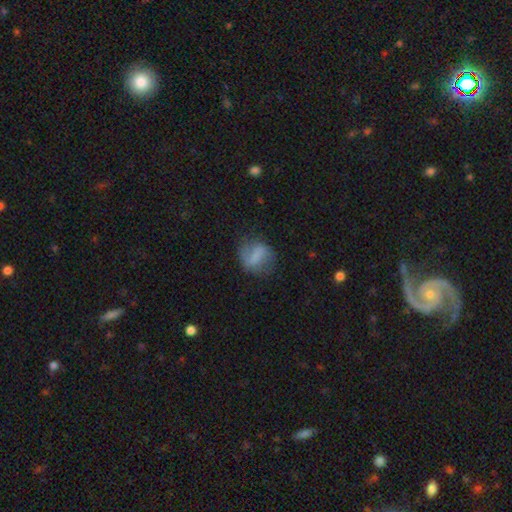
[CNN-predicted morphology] A featured or disk galaxy (46%).

Vote fractions:
- Smooth or featured? featured or disk: 46% / smooth: 45% / star or artifact: 9%
- Merging? none: 65% / minor disturbance: 21% / major disturbance: 12% / merger: 2%